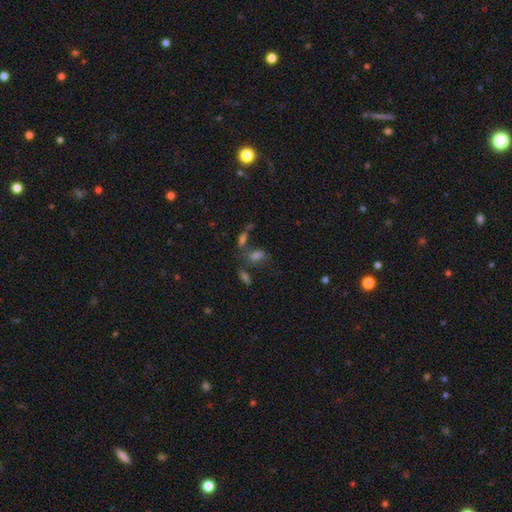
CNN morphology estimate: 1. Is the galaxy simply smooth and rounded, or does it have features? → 56% smooth, 28% star or artifact, 16% featured or disk.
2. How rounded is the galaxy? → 77% in between, 13% cigar-shaped, 9% round.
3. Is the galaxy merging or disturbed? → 50% none, 28% merger, 13% minor disturbance, 9% major disturbance.